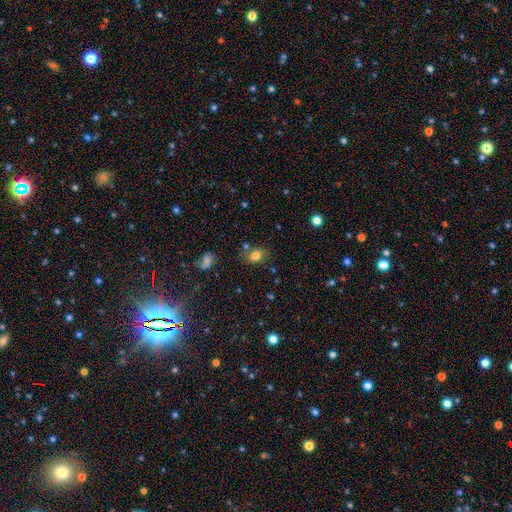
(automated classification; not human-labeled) A smooth galaxy with no disk features (78%) that is in between round and cigar-shaped (60%). Merging: none (71%).